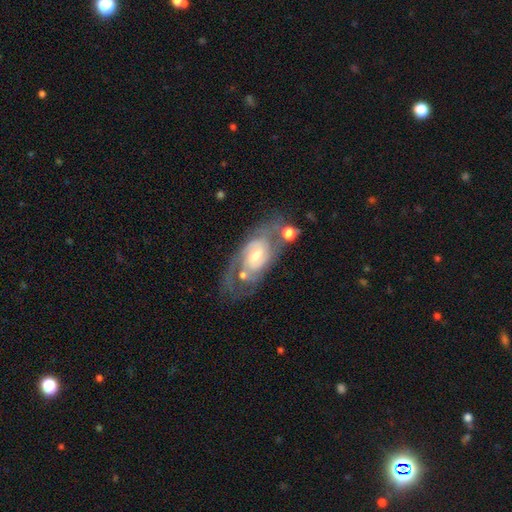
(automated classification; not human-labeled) A featured or disk galaxy (83%) with no bar (48%), 2 (62%) medium (44%) spiral arms (91%) and a moderate central bulge (47%).

Vote fractions:
- Smooth or featured? featured or disk: 83% / smooth: 11% / star or artifact: 6%
- Edge-on disk? no: 94% / yes: 6%
- Bar? no: 48% / weak: 43% / strong: 9%
- Spiral arms? yes: 91% / no: 9%
- Spiral winding? medium: 44% / tight: 42% / loose: 14%
- Spiral arm count? 2: 62% / can't tell: 21% / 3: 7% / 1: 5% / 4: 2% / more than 4: 2%
- Bulge size? moderate: 47% / small: 44% / large: 6% / none: 2% / dominant: 1%
- Merging? none: 55% / minor disturbance: 19% / major disturbance: 16% / merger: 10%